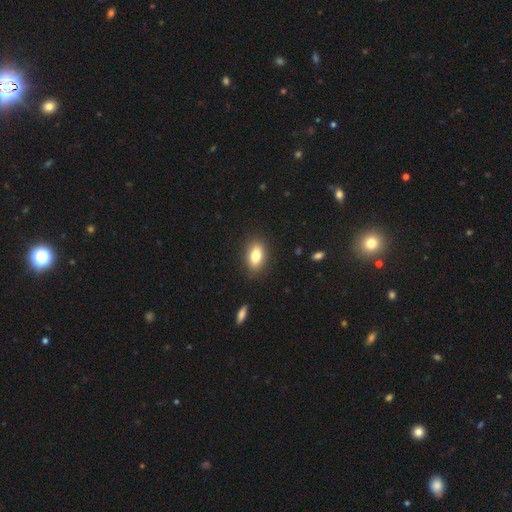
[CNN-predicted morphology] Smooth or featured?
  - smooth: 80% *
  - featured or disk: 11%
  - star or artifact: 8%
How rounded?
  - in between: 86% *
  - round: 10%
  - cigar-shaped: 4%
Merging?
  - none: 87% *
  - minor disturbance: 9%
  - major disturbance: 2%
  - merger: 1%